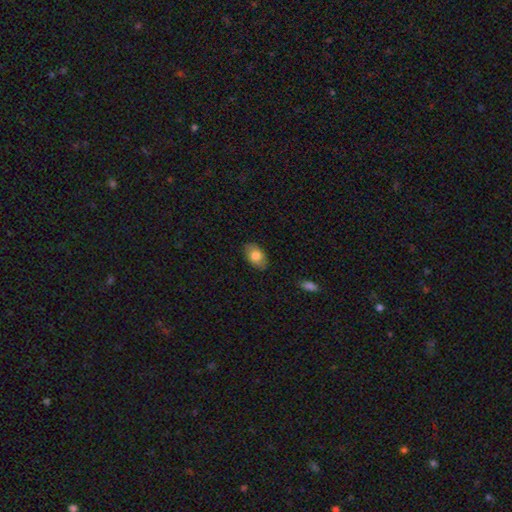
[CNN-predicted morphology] The model was most divided on "smooth or featured": smooth: 77%, featured or disk: 16%, star or artifact: 7%. More confident: how rounded — in between (91%); merging — none (86%).